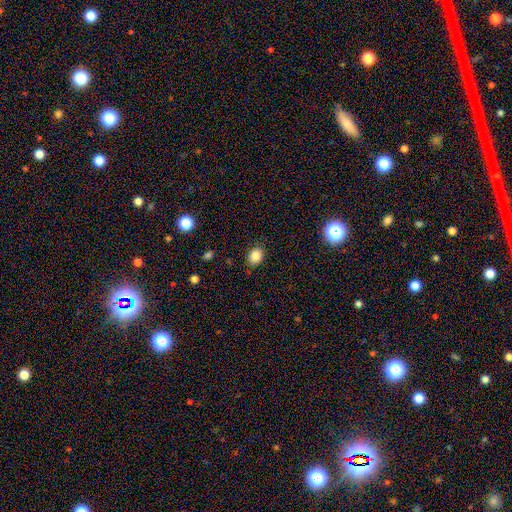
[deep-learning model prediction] Overall: smooth (84%). How rounded: in between (58%; round 41%). Merging: none (82%).